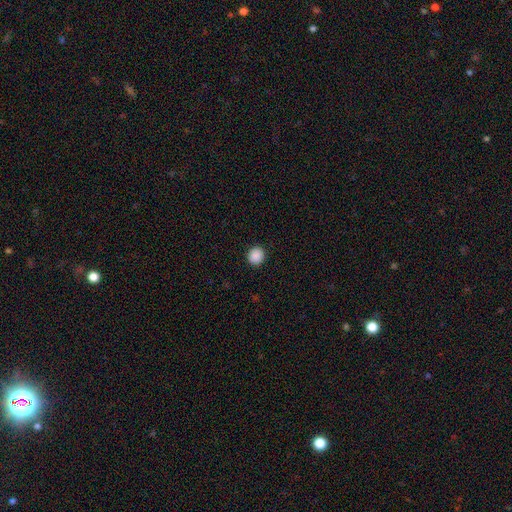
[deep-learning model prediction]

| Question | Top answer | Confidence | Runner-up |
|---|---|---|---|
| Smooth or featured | smooth | 89% | star or artifact (9%) |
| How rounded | round | 84% | in between (15%) |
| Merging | none | 92% | minor disturbance (5%) |